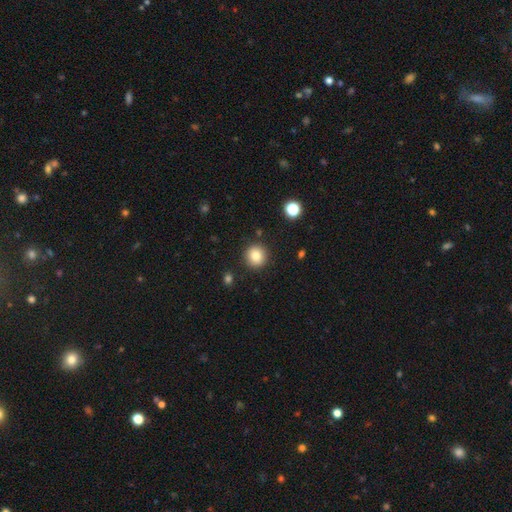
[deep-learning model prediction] Smooth or featured? smooth (83%)
How rounded? round (93%)
Merging? none (90%)